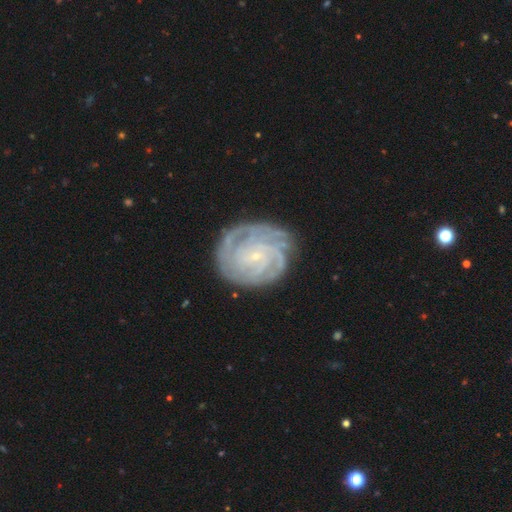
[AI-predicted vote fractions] smooth-or-featured: featured or disk: 86% | smooth: 8% | star or artifact: 7%
  disk-edge-on: no: 98% | yes: 2%
    bar: no: 69% | weak: 24% | strong: 7%
    has-spiral-arms: yes: 97% | no: 3%
      spiral-winding: tight: 79% | medium: 18% | loose: 3%
      spiral-arm-count: 4: 26% | can't tell: 24% | 3: 18% | more than 4: 13% | 2: 11% | 1: 8%
    bulge-size: small: 87% | moderate: 8% | none: 3% | large: 1% | dominant: 1%
  merging: none: 78% | minor disturbance: 15% | major disturbance: 5% | merger: 1%